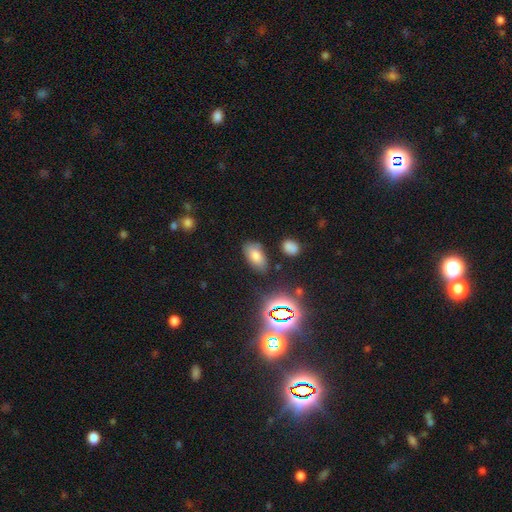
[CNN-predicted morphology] smooth_or_featured: smooth (p=0.69) [alt: star or artifact p=0.20]
how_rounded: in between (p=0.92) [alt: round p=0.05]
merging: none (p=0.80) [alt: minor disturbance p=0.12]